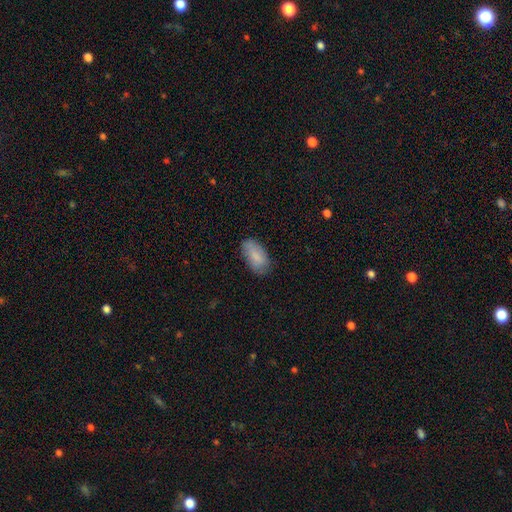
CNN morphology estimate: Smooth or featured? smooth (82%)
How rounded? in between (93%)
Merging? none (75%)